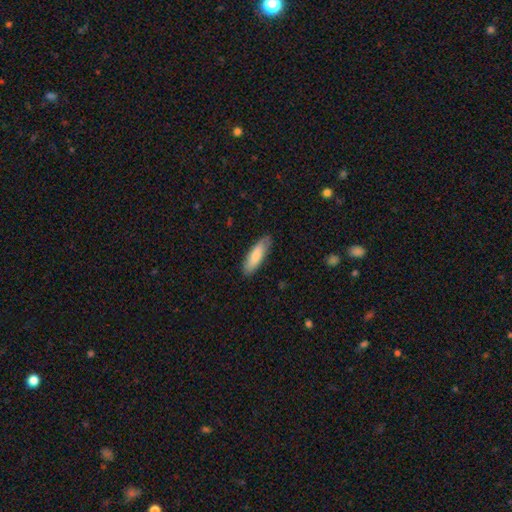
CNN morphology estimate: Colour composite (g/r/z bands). It shows a smooth galaxy with no disk features (79%) that is cigar-shaped (50%). Merging: none (86%).